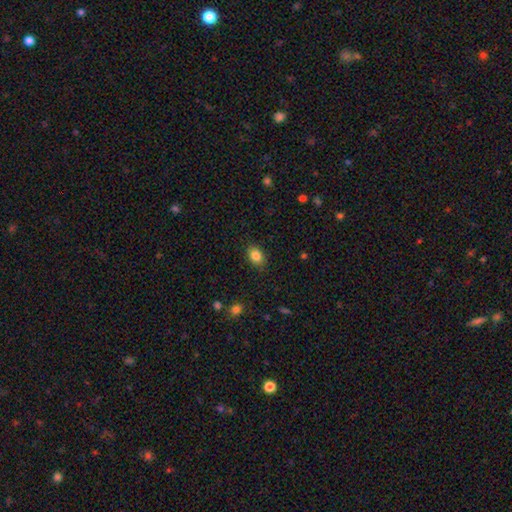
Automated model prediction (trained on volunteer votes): smooth 84%, star or artifact 9%, featured or disk 7%. Down the decision tree: how rounded — in between (76%); merging — none (86%).